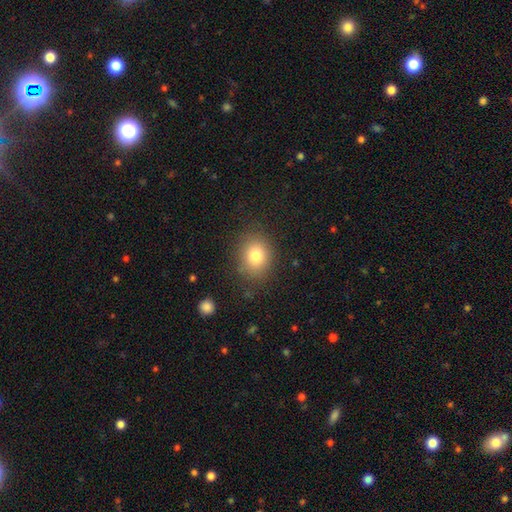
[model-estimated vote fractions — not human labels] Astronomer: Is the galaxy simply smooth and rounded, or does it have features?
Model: smooth — 80%.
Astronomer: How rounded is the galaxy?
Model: round — 57% (runner-up: in between, 42%).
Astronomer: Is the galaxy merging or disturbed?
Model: none — 83%.